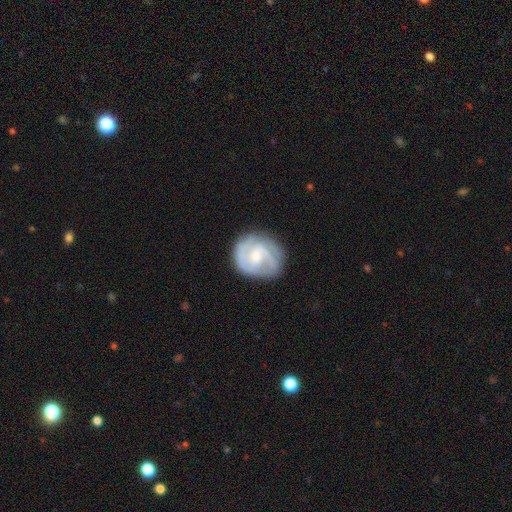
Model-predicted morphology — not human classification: A featured or disk galaxy (78%) with no bar (47%), 2 (58%) tight (45%) spiral arms (93%) and a small central bulge (54%). Merging: none (74%).